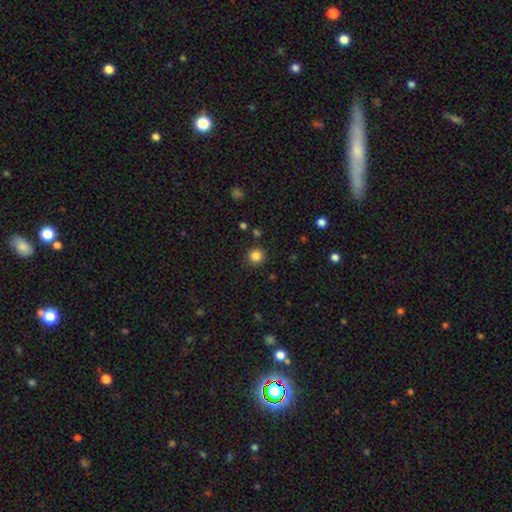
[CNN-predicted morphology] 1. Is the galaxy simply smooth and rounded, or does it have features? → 84% smooth, 12% star or artifact, 4% featured or disk.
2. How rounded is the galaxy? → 93% round, 6% in between, 1% cigar-shaped.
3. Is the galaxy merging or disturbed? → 89% none, 7% minor disturbance, 2% major disturbance, 2% merger.